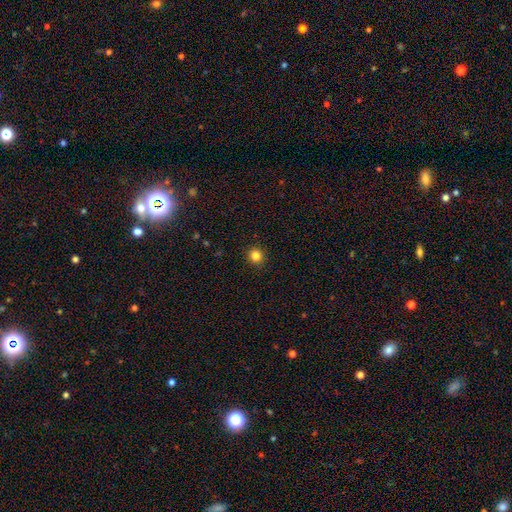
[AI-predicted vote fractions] The model was most divided on "smooth or featured": smooth: 83%, star or artifact: 13%, featured or disk: 4%. More confident: how rounded — round (94%); merging — none (93%).